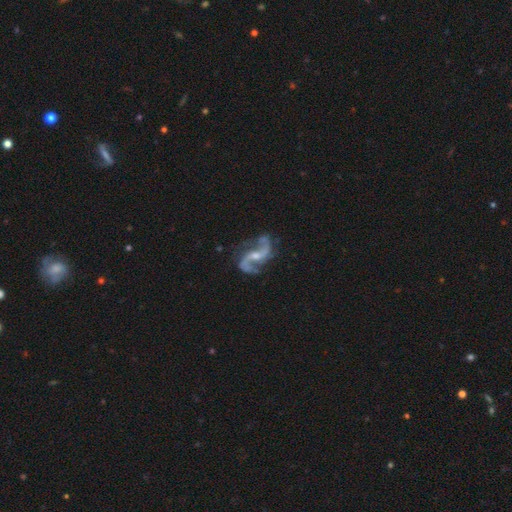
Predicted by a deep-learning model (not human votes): Morphology: type=featured or disk (92%); edge-on=no (97%); bar=weak (40%); spiral arms=yes (98%); winding=loose (64%); arm count=2 (94%); bulge=small (57%); merging=none (75%).